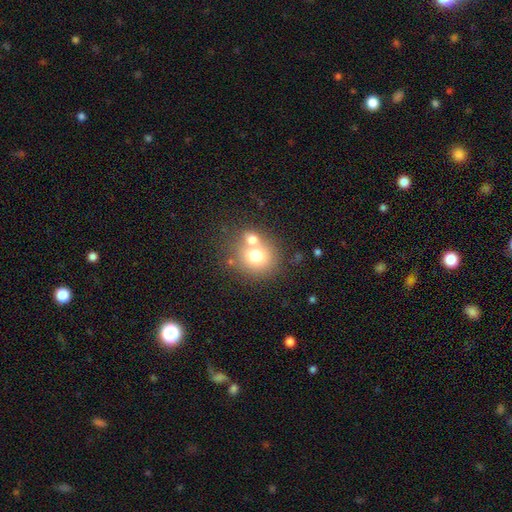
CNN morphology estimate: A smooth galaxy with no disk features (70%) that is round (78%). Merging: none (46%).